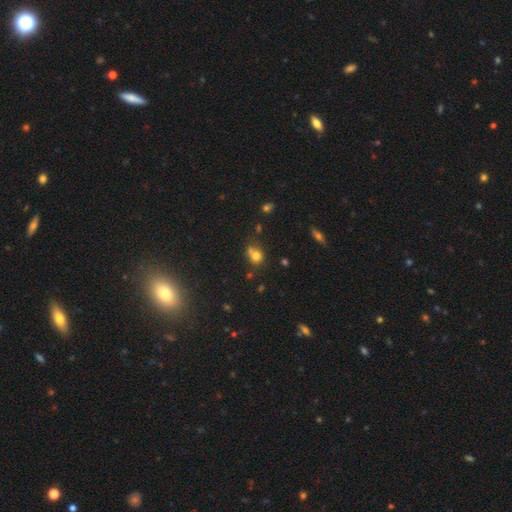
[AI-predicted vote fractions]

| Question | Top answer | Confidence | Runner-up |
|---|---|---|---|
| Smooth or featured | smooth | 72% | star or artifact (16%) |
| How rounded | round | 68% | in between (31%) |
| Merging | none | 44% | merger (33%) |